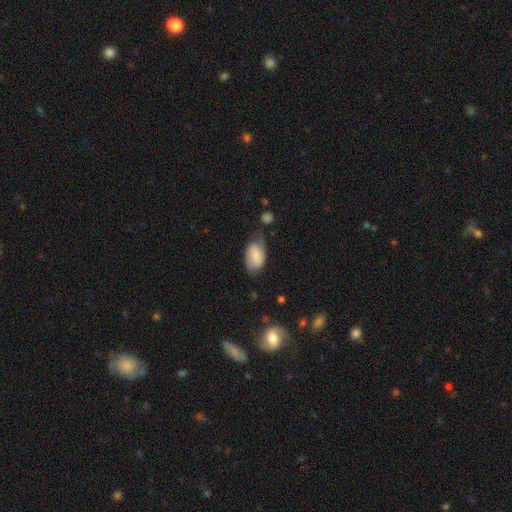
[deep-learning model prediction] Smooth or featured? smooth (68%)
How rounded? in between (92%)
Merging? none (42%)